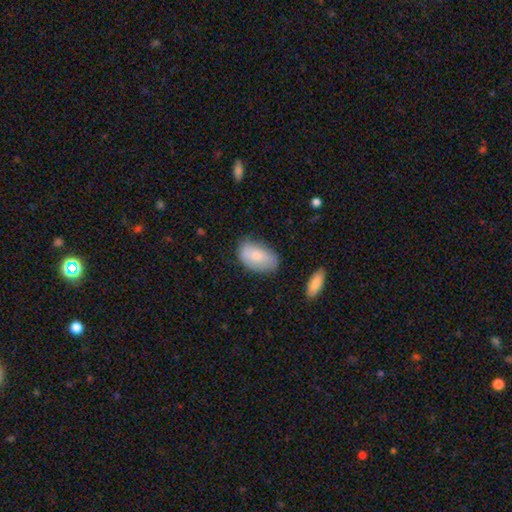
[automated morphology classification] smooth_or_featured: smooth (p=0.76) [alt: featured or disk p=0.18]
how_rounded: in between (p=0.93) [alt: round p=0.05]
merging: none (p=0.64) [alt: minor disturbance p=0.27]